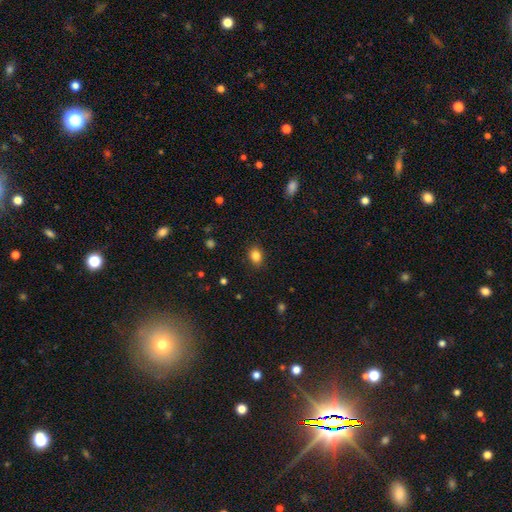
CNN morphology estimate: Q: Smooth or featured?
A: smooth (85%); runner-up: star or artifact (10%)
Q: How rounded?
A: in between (66%); runner-up: round (33%)
Q: Merging?
A: none (88%); runner-up: minor disturbance (9%)